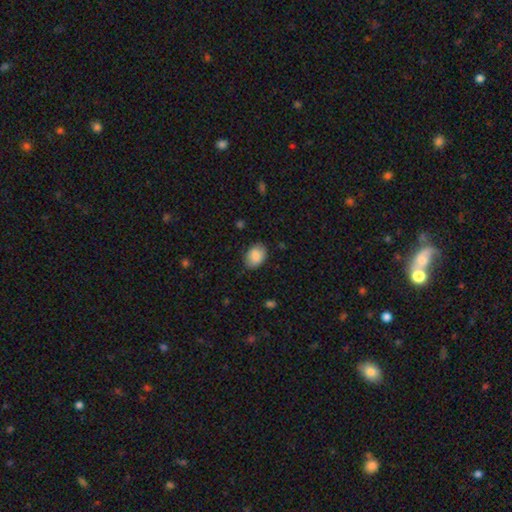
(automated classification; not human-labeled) Overall: smooth (86%). How rounded: in between (74%). Merging: none (82%).